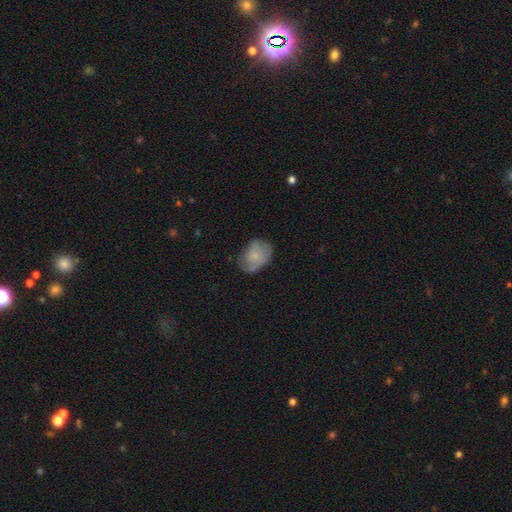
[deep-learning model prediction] Overall: smooth (60%; featured or disk 32%). How rounded: in between (70%). Merging: none (52%; minor disturbance 31%).